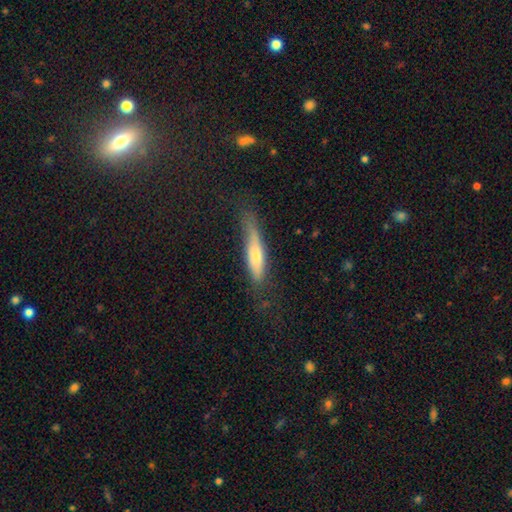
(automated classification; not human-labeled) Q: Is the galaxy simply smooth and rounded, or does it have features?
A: smooth — 64%.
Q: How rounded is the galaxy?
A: cigar-shaped — 75%.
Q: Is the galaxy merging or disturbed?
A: none — 60%.